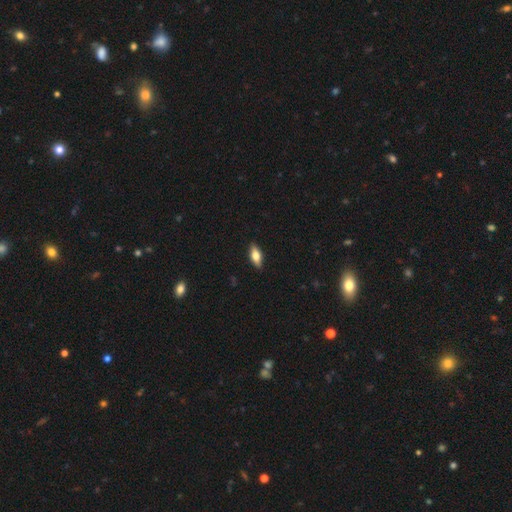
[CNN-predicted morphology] A smooth galaxy with no disk features (64%) that is in between round and cigar-shaped (77%). Merging: none (88%).